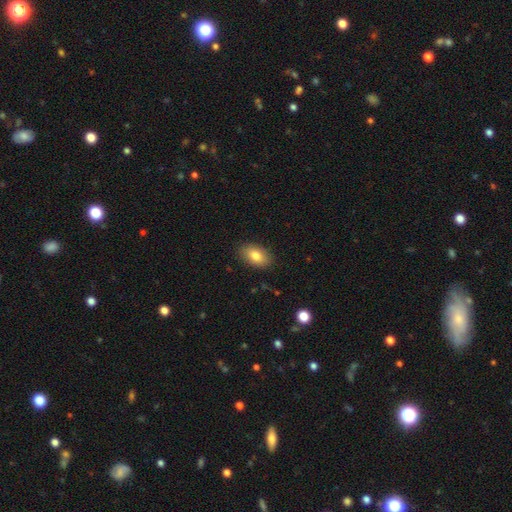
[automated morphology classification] Q: Smooth or featured?
A: smooth (81%); runner-up: featured or disk (11%)
Q: How rounded?
A: in between (91%); runner-up: round (7%)
Q: Merging?
A: none (87%); runner-up: minor disturbance (10%)